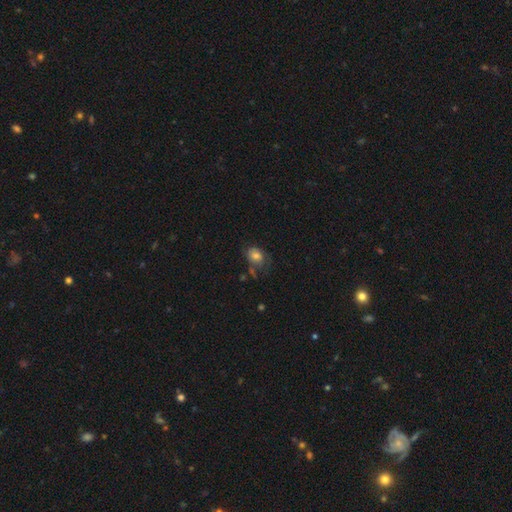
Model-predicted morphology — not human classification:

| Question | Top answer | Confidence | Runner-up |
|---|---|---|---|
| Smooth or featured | smooth | 68% | featured or disk (21%) |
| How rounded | in between | 63% | round (36%) |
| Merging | none | 49% | minor disturbance (28%) |